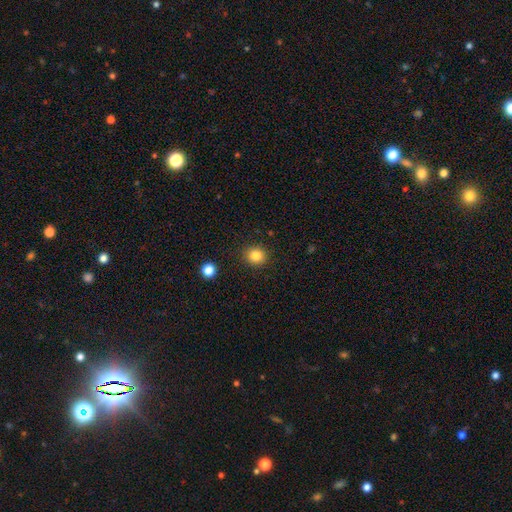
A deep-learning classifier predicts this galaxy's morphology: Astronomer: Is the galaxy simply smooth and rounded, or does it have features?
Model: smooth — 84%.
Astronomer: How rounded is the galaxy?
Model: round — 86%.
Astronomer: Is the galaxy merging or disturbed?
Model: none — 90%.